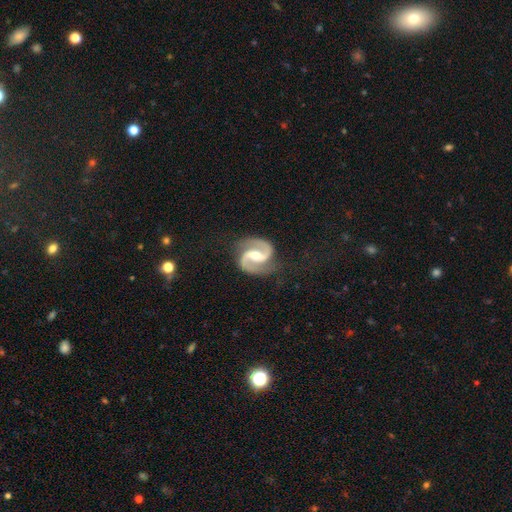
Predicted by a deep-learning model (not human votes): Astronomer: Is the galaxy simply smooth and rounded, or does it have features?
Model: featured or disk — 93%.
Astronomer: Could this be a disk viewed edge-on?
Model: no — 98%.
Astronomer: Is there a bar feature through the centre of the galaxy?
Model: weak — 45% (runner-up: strong, 36%).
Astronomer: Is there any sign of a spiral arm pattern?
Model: yes — 98%.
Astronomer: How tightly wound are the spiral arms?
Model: medium — 63%.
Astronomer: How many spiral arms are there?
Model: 2 — 95%.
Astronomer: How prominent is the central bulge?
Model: moderate — 66%.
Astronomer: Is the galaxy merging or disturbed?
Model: none — 82%.